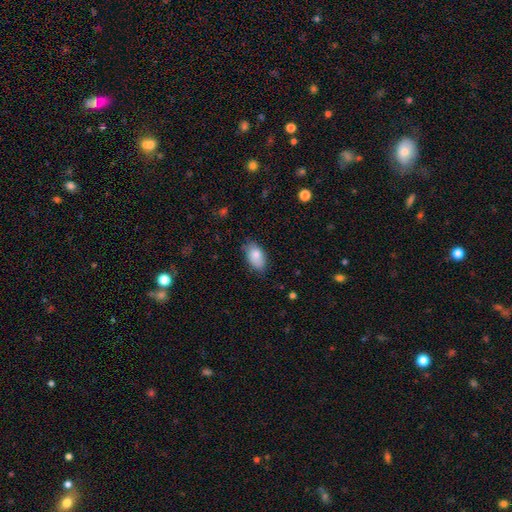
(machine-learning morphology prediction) This is clearly a smooth galaxy (83%). How rounded: clearly in between (93%). Merging: likely none (72%).